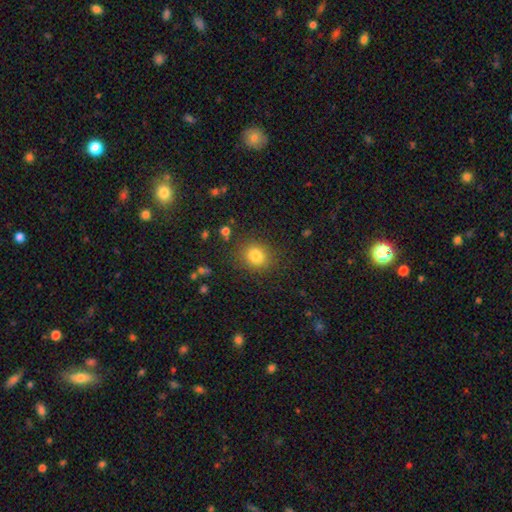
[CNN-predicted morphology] The model was most divided on "how rounded": round: 71%, in between: 28%, cigar-shaped: 1%. More confident: merging — none (85%); smooth or featured — smooth (82%).